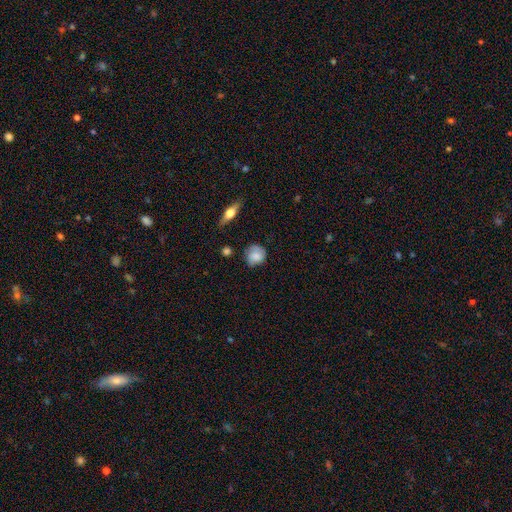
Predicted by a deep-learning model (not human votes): Smooth or featured: smooth — 75% (featured or disk — 18%)
How rounded: round — 81% (in between — 17%)
Merging: none — 65% (minor disturbance — 27%)